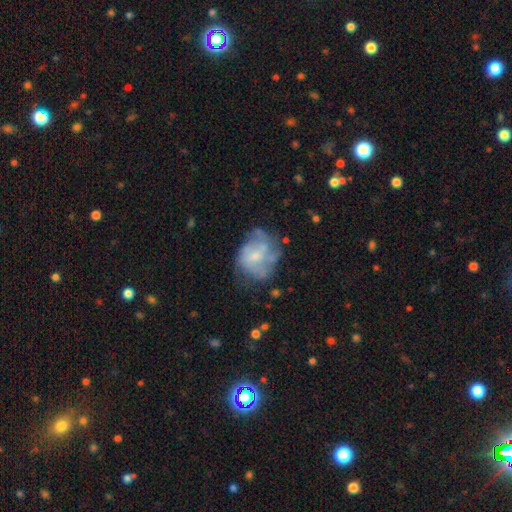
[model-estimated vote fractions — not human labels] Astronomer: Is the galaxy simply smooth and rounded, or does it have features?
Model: featured or disk — 57% (runner-up: smooth, 34%).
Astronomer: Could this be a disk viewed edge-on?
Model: no — 98%.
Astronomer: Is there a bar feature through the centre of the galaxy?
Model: no — 59% (runner-up: weak, 36%).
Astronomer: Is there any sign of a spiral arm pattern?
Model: yes — 56% (runner-up: no, 44%).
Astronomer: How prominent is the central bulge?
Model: small — 50% (runner-up: moderate, 32%).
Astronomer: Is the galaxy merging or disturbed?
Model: none — 47% (runner-up: minor disturbance, 27%).